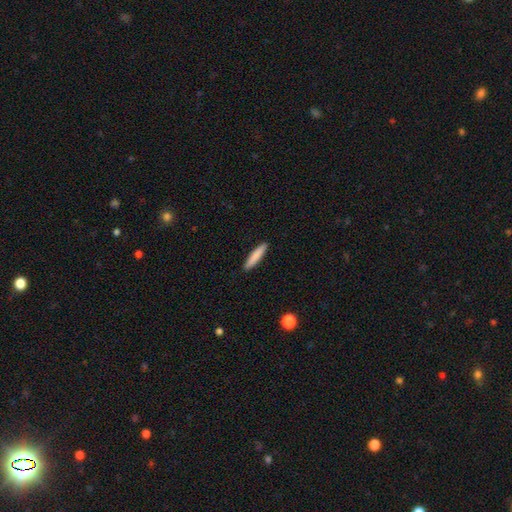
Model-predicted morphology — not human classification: This is clearly a smooth galaxy (83%). How rounded: clearly cigar-shaped (89%). Merging: clearly none (91%).